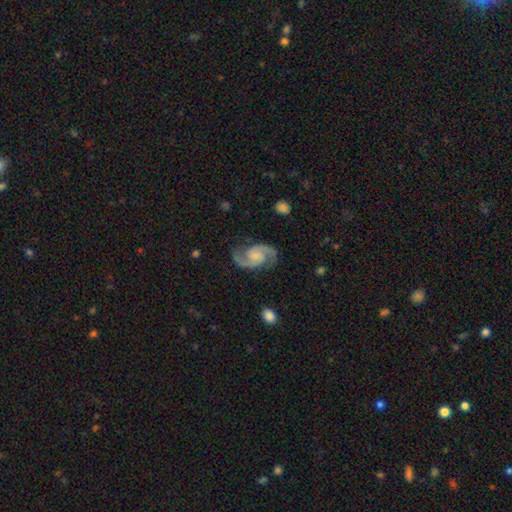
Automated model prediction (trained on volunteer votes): featured or disk 92%, star or artifact 4%, smooth 4%. Down the decision tree: edge-on disk — no (98%); bar — no (52%); spiral arms — yes (98%); spiral arm count — 2 (94%); spiral winding — medium (62%); bulge size — small (34%); merging — none (82%).